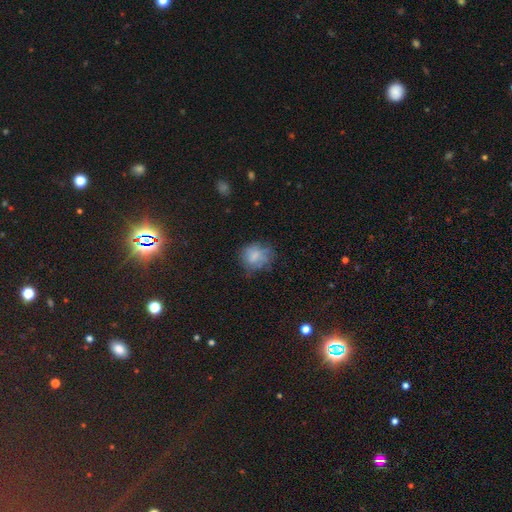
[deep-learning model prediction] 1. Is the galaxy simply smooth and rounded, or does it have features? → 68% smooth, 20% featured or disk, 12% star or artifact.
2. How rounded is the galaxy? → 66% round, 33% in between, 1% cigar-shaped.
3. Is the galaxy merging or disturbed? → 56% none, 27% minor disturbance, 15% major disturbance, 3% merger.